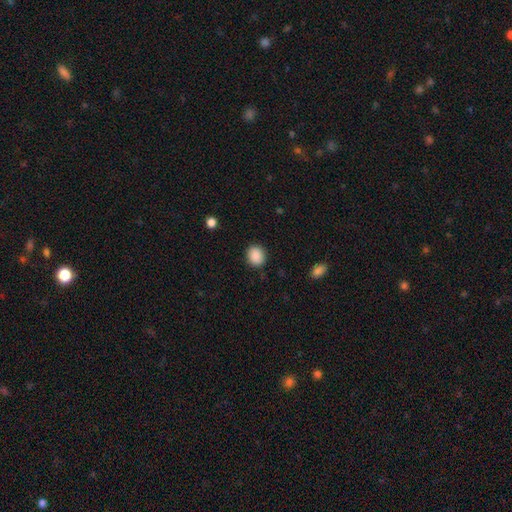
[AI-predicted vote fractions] smooth_or_featured: smooth (p=0.89) [alt: star or artifact p=0.08]
how_rounded: round (p=0.68) [alt: in between p=0.31]
merging: none (p=0.88) [alt: minor disturbance p=0.08]